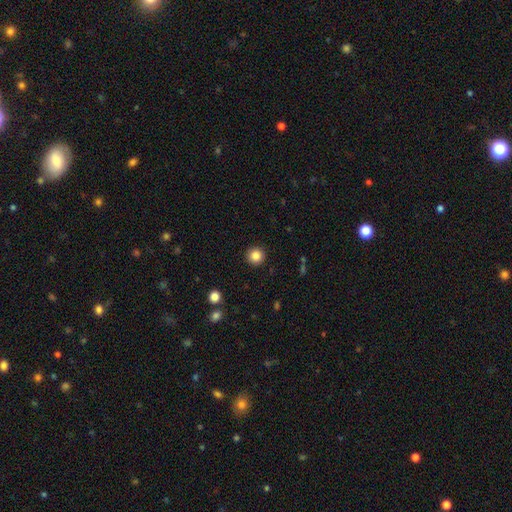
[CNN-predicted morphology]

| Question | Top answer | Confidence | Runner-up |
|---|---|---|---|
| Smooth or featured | smooth | 86% | star or artifact (10%) |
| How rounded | round | 95% | in between (5%) |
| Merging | none | 92% | minor disturbance (5%) |